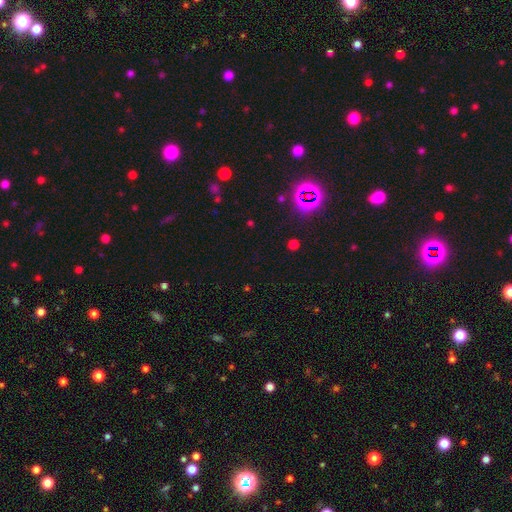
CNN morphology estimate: The model was most divided on "smooth or featured": star or artifact: 65%, smooth: 28%, featured or disk: 7%.